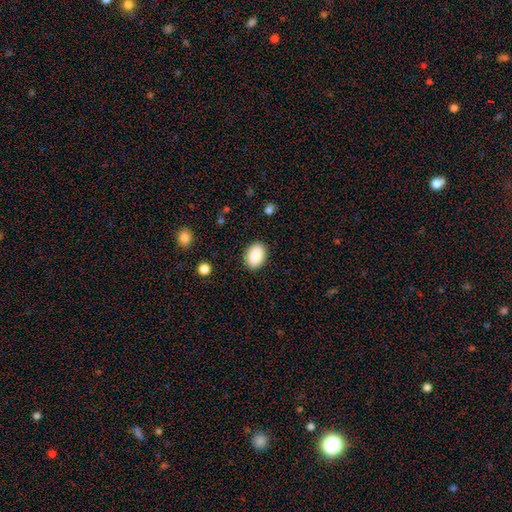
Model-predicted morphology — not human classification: smooth 89%, star or artifact 7%, featured or disk 4%. Down the decision tree: how rounded — in between (83%); merging — none (89%).